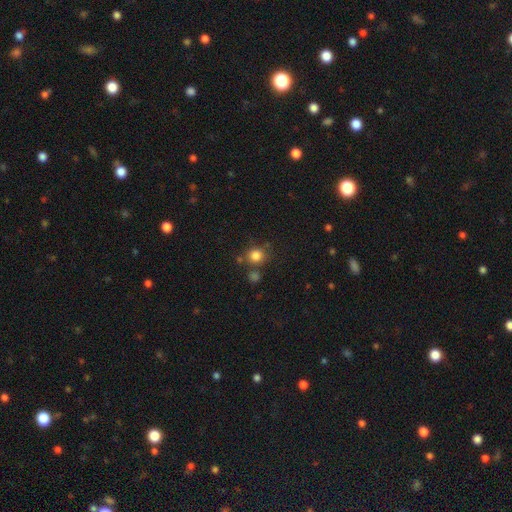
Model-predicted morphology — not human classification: Smooth or featured? Predicted: smooth (p=0.82). How rounded? Predicted: round (p=0.88). Merging? Predicted: none (p=0.73).